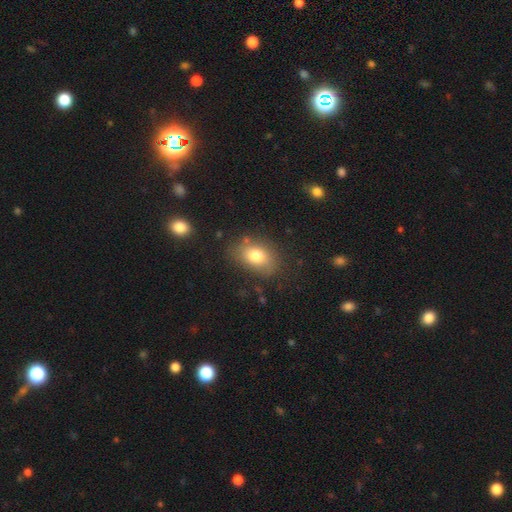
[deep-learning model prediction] This is likely a smooth galaxy (77%). How rounded: likely in between (79%). Merging: likely none (75%).